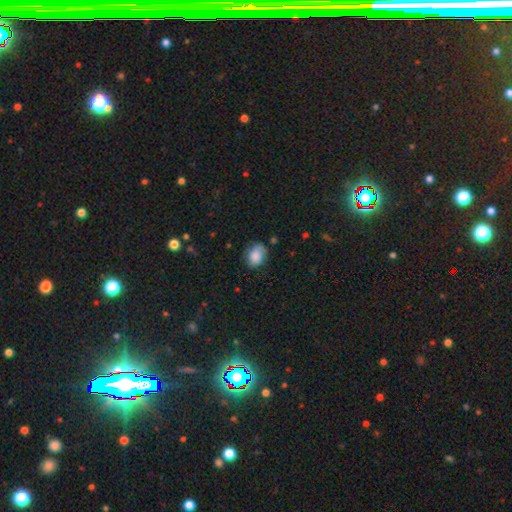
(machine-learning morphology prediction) This is likely a smooth galaxy (75%). How rounded: likely in between (66%). Merging: likely none (70%).